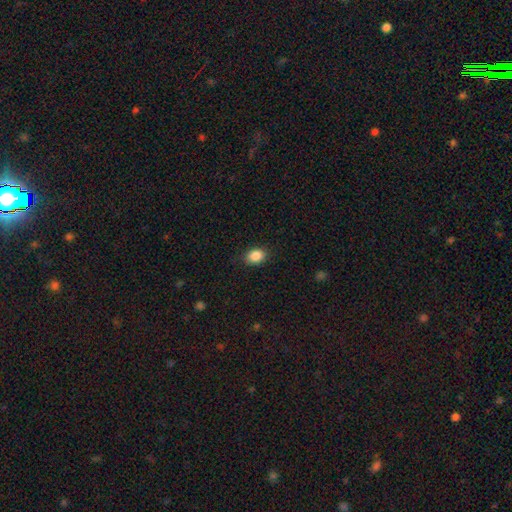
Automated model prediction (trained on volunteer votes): smooth-or-featured: smooth: 88% | star or artifact: 8% | featured or disk: 4%
  how-rounded: in between: 73% | round: 26% | cigar-shaped: 1%
  merging: none: 85% | minor disturbance: 11% | major disturbance: 3% | merger: 1%